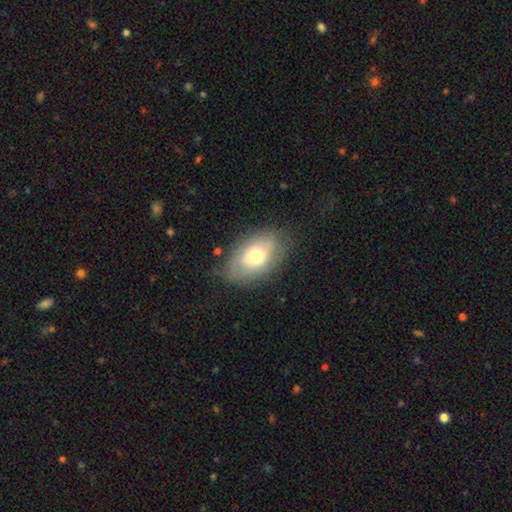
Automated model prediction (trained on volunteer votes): smooth 70%, featured or disk 23%, star or artifact 8%. Down the decision tree: how rounded — in between (90%); merging — none (70%).